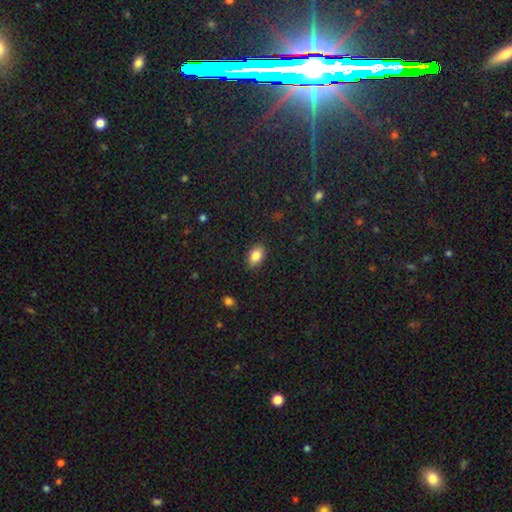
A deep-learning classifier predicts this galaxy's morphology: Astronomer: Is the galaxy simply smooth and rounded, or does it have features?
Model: smooth — 85%.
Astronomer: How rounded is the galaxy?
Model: in between — 88%.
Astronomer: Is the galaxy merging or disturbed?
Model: none — 87%.